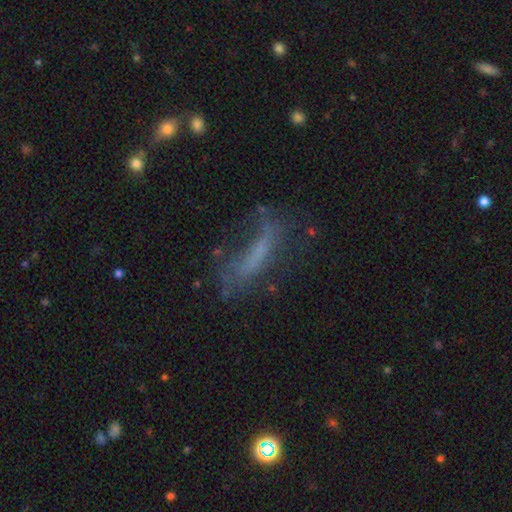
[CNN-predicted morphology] Smooth or featured?
  - smooth: 45% *
  - featured or disk: 37%
  - star or artifact: 18%
Merging?
  - none: 49% *
  - minor disturbance: 24%
  - major disturbance: 23%
  - merger: 4%